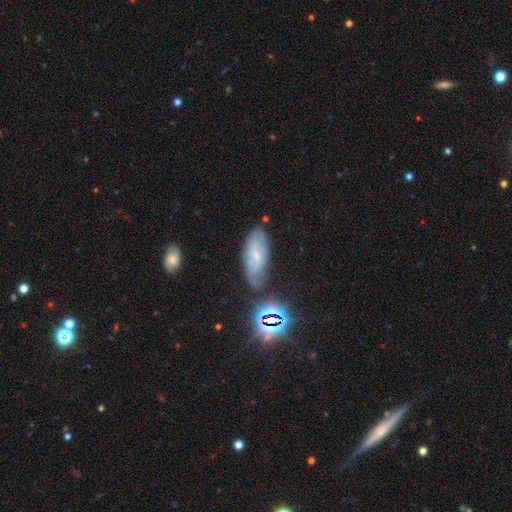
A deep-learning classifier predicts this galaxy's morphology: A featured or disk galaxy (46%).

Vote fractions:
- Smooth or featured? featured or disk: 46% / smooth: 38% / star or artifact: 16%
- Merging? none: 66% / minor disturbance: 22% / major disturbance: 7% / merger: 5%